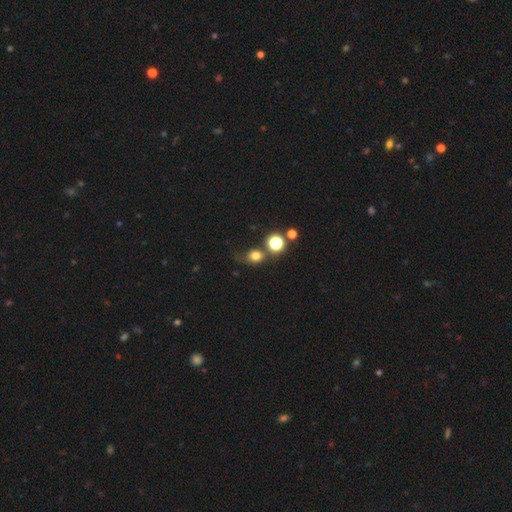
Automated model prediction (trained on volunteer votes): A smooth galaxy with no disk features (74%) that is round (67%). Merging: none (52%).